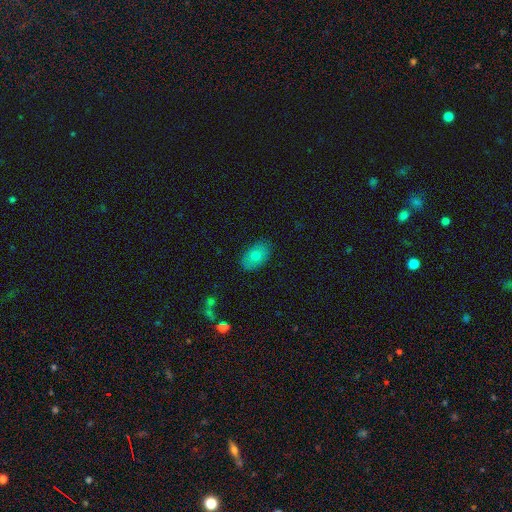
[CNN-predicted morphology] Smooth or featured: smooth — 75% (featured or disk — 17%)
How rounded: in between — 89% (round — 9%)
Merging: none — 85% (minor disturbance — 12%)